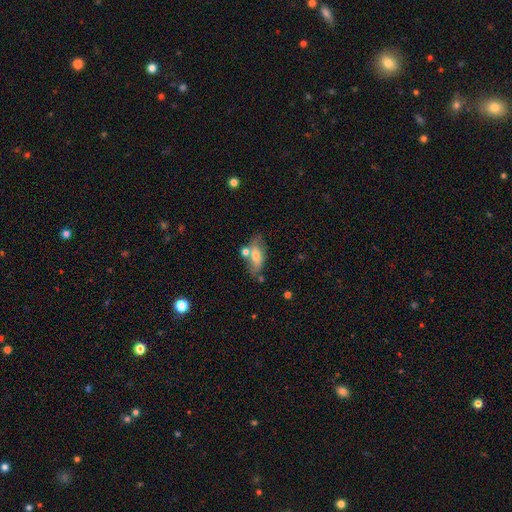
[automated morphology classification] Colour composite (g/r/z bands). It shows a smooth galaxy with no disk features (59%) that is in between round and cigar-shaped (78%). Merging: none (59%).